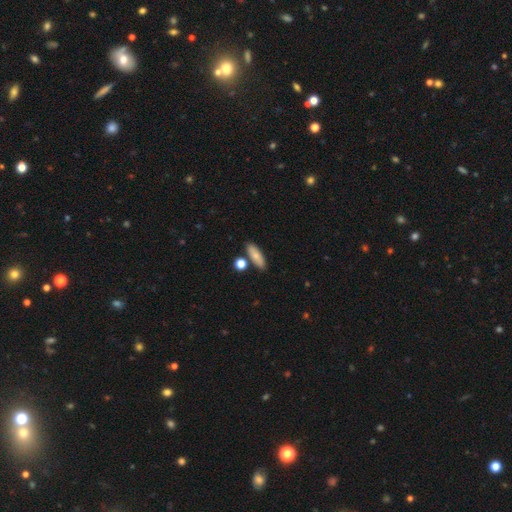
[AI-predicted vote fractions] A smooth galaxy with no disk features (79%) that is in between round and cigar-shaped (61%). Merging: none (79%).